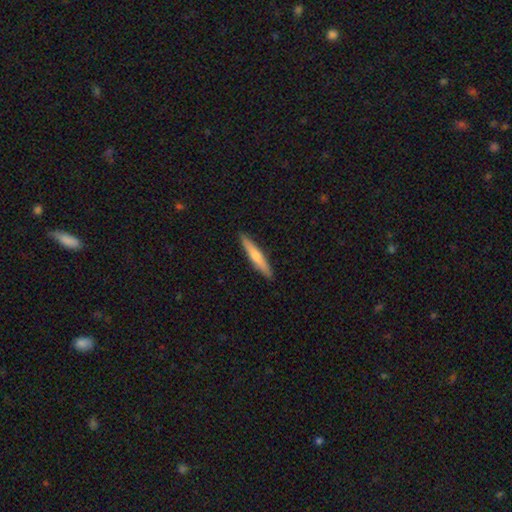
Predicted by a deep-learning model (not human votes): Smooth or featured? smooth (51%)
How rounded? cigar-shaped (93%)
Merging? none (92%)